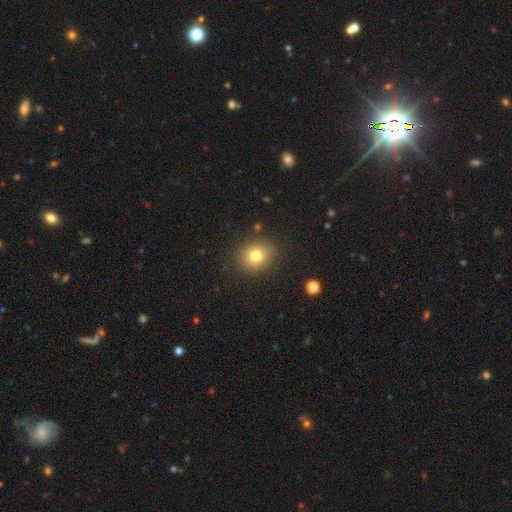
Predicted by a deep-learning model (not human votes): Smooth or featured: smooth — 77% (star or artifact — 12%)
How rounded: round — 66% (in between — 33%)
Merging: none — 84% (minor disturbance — 11%)